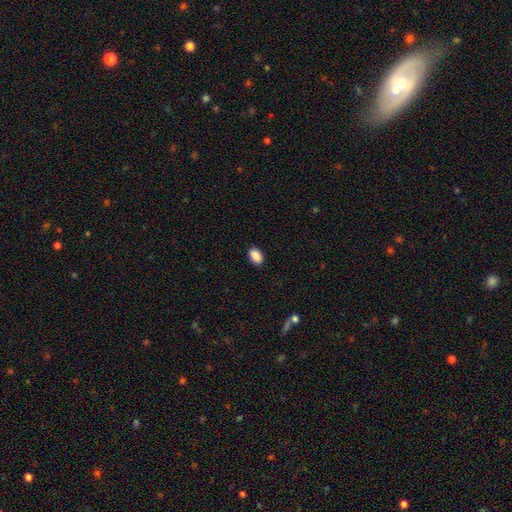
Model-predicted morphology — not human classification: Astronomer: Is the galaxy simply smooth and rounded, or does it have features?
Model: smooth — 90%.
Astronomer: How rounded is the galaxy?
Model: in between — 89%.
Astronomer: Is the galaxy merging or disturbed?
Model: none — 88%.